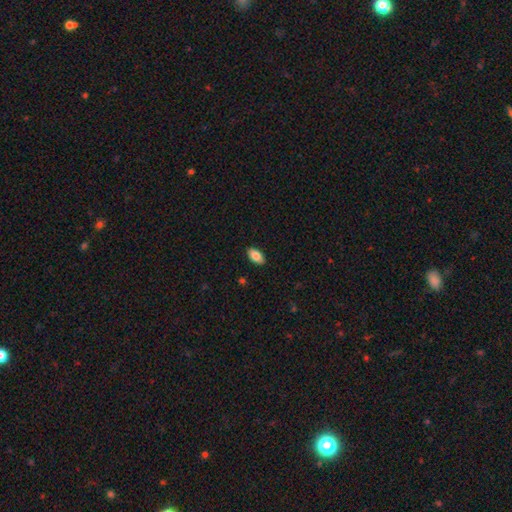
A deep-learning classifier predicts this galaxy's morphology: Q: Smooth or featured?
A: smooth (84%); runner-up: featured or disk (9%)
Q: How rounded?
A: in between (93%); runner-up: cigar-shaped (4%)
Q: Merging?
A: none (89%); runner-up: minor disturbance (8%)